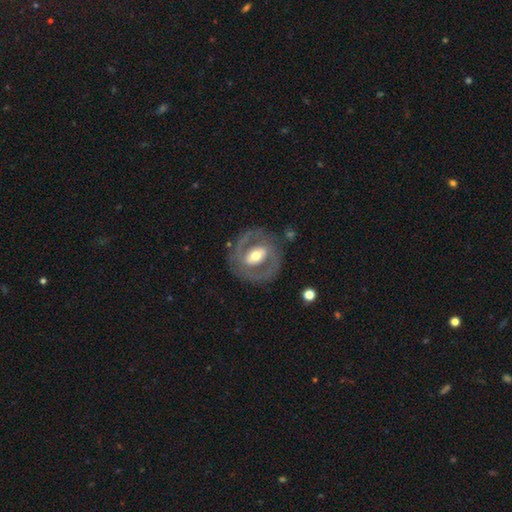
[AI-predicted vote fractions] A featured or disk galaxy (73%) with a strong bar (37%), spiral arms (56%) and a moderate central bulge (67%). Merging: none (77%).